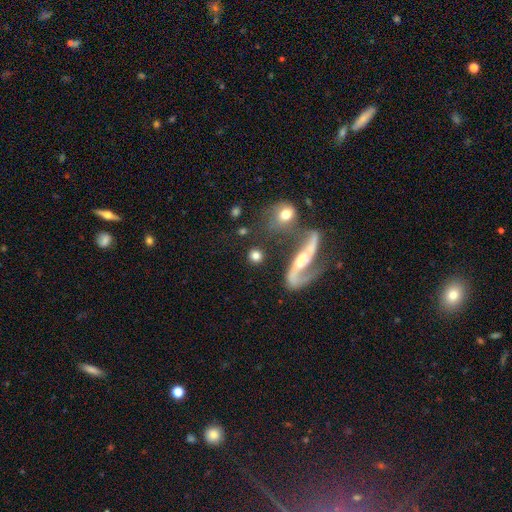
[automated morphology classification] Smooth or featured: smooth — 69% (featured or disk — 22%)
How rounded: round — 80% (in between — 15%)
Merging: none — 65% (merger — 16%)